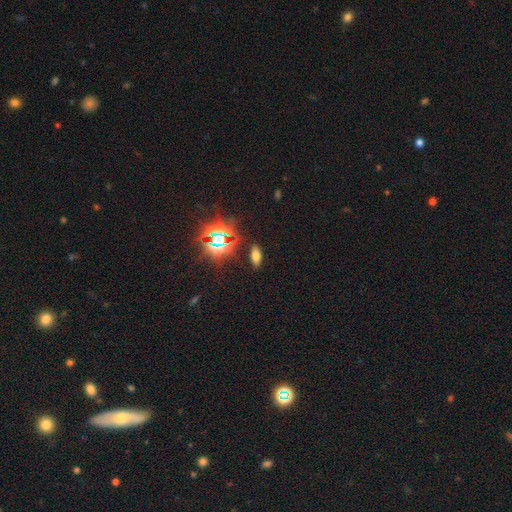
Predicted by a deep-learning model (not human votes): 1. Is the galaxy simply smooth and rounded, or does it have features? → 55% smooth, 32% star or artifact, 13% featured or disk.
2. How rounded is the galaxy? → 78% in between, 17% cigar-shaped, 5% round.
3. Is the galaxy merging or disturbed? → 88% none, 8% minor disturbance, 3% major disturbance, 2% merger.